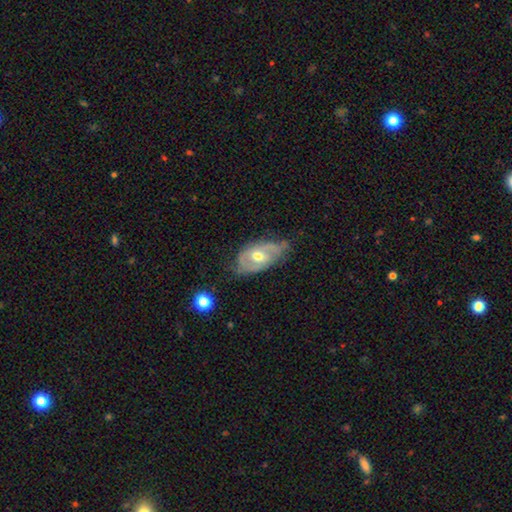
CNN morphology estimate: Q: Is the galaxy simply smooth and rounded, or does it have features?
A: featured or disk — 71%.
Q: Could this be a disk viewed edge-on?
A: no — 91%.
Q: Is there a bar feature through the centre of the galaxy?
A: no — 48%.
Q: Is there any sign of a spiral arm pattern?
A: yes — 68%.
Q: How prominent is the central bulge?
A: moderate — 75%.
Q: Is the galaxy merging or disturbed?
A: none — 56%.